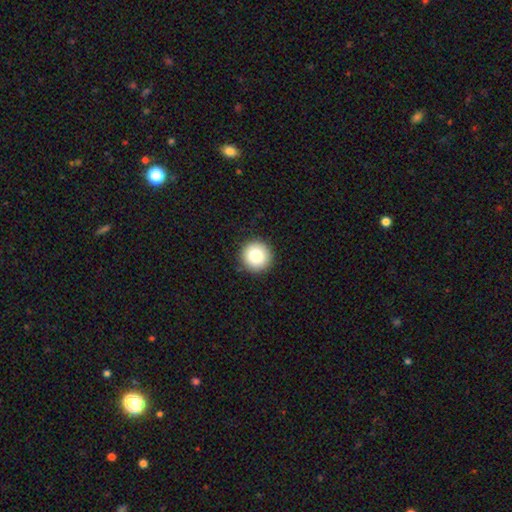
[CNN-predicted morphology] Smooth or featured: smooth — 87% (star or artifact — 8%)
How rounded: round — 96% (in between — 3%)
Merging: none — 92% (minor disturbance — 6%)